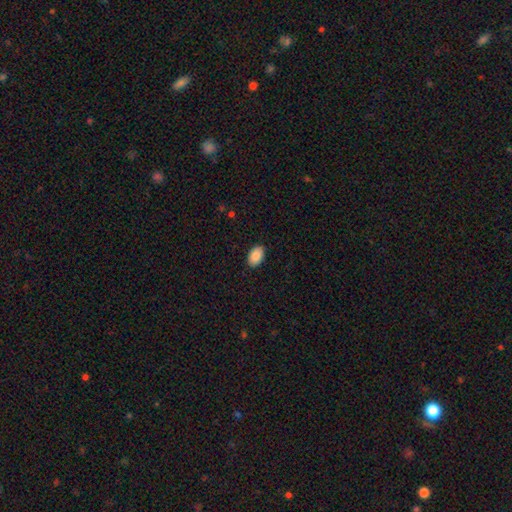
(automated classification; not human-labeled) The model was most divided on "merging": none: 89%, minor disturbance: 8%, major disturbance: 2%, merger: 1%. More confident: how rounded — in between (92%); smooth or featured — smooth (90%).